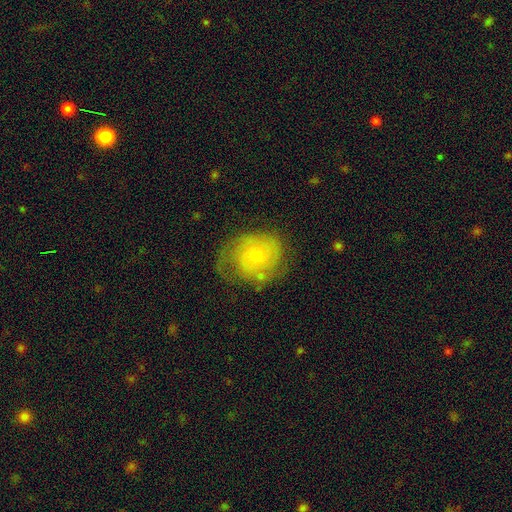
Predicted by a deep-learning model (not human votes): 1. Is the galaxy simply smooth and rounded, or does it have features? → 62% featured or disk, 30% smooth, 8% star or artifact.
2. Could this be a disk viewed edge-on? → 97% no, 3% yes.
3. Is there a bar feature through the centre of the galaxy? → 75% no, 22% weak, 3% strong.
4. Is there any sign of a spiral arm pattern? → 84% yes, 16% no.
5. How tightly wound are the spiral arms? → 50% tight, 35% medium, 15% loose.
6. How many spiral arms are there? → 46% 2, 29% can't tell, 10% 1, 9% 3, 3% 4, 3% more than 4.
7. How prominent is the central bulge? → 62% small, 33% moderate, 2% none, 2% large, 1% dominant.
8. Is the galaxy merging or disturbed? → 56% none, 25% minor disturbance, 15% major disturbance, 3% merger.